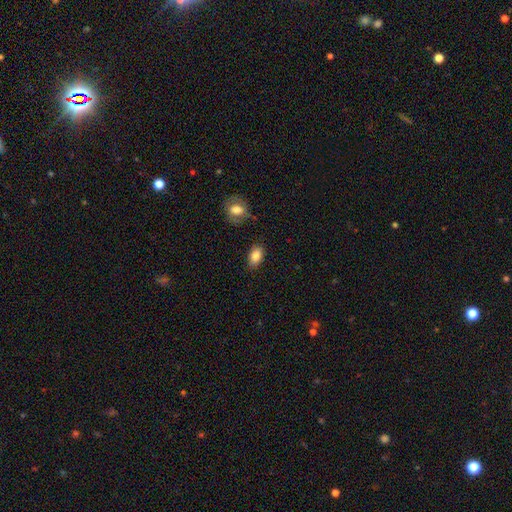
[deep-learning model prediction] Smooth or featured? smooth (83%)
How rounded? in between (89%)
Merging? none (84%)